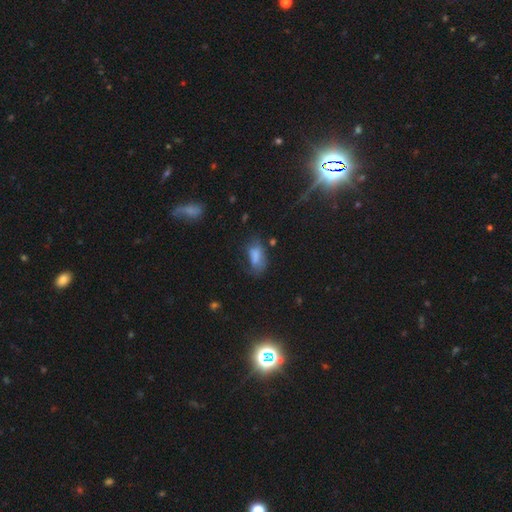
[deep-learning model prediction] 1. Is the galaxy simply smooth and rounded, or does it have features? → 72% smooth, 17% featured or disk, 12% star or artifact.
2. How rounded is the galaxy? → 88% in between, 6% cigar-shaped, 6% round.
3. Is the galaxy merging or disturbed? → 39% none, 30% minor disturbance, 26% major disturbance, 5% merger.